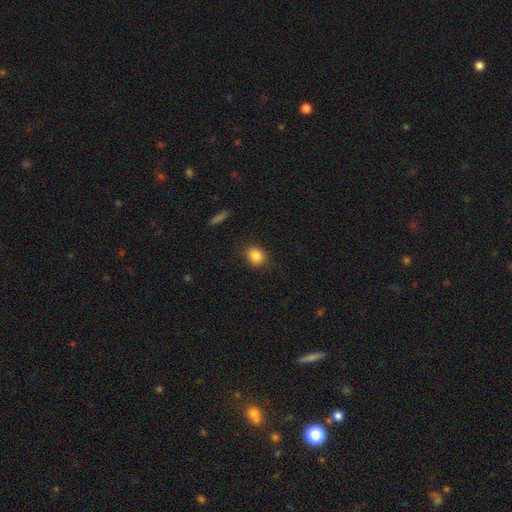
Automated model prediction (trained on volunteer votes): smooth-or-featured: smooth: 85% | star or artifact: 9% | featured or disk: 5%
  how-rounded: round: 53% | in between: 45% | cigar-shaped: 1%
  merging: none: 85% | minor disturbance: 11% | major disturbance: 3% | merger: 1%